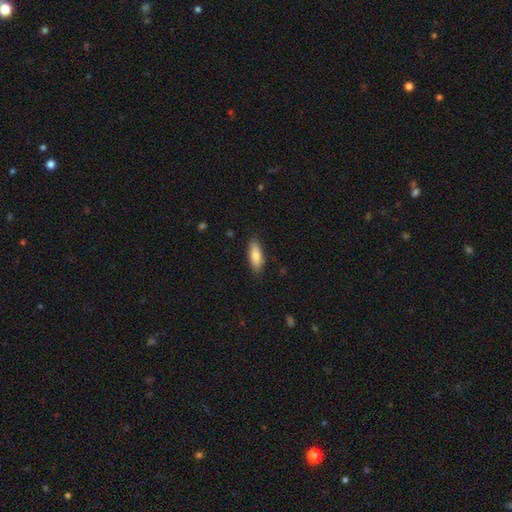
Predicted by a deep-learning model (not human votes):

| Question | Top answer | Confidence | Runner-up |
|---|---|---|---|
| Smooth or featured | smooth | 82% | featured or disk (12%) |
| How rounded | in between | 67% | cigar-shaped (31%) |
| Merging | none | 86% | minor disturbance (11%) |